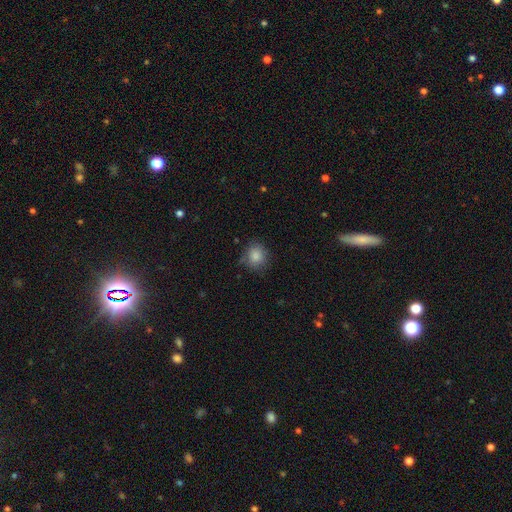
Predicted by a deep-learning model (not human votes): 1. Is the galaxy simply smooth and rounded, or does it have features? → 85% smooth, 9% star or artifact, 5% featured or disk.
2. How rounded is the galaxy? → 82% round, 17% in between, 1% cigar-shaped.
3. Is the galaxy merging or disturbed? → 77% none, 18% minor disturbance, 4% major disturbance, 2% merger.